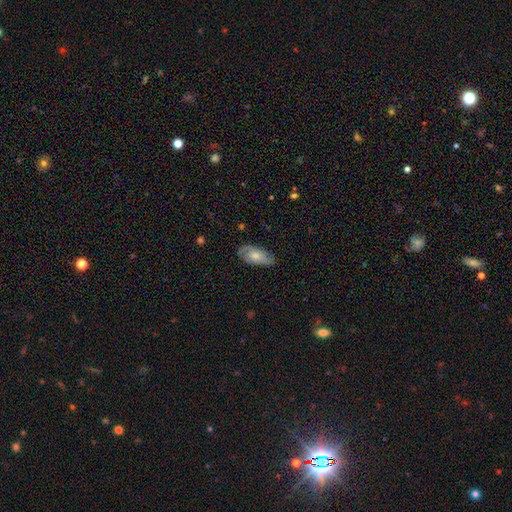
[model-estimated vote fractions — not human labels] This is possibly a smooth galaxy (55%). How rounded: clearly in between (90%). Merging: likely none (72%).